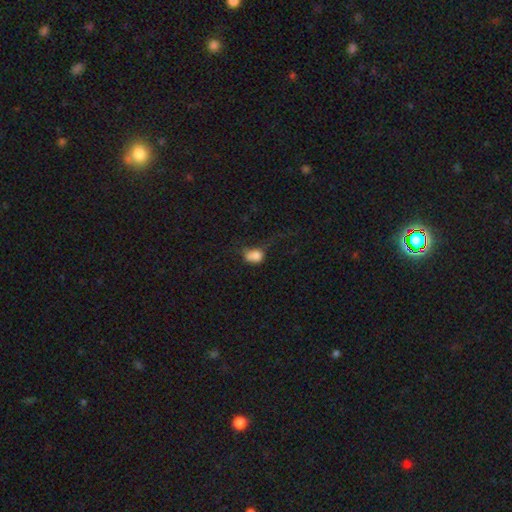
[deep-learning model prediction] The model was most divided on "merging": major disturbance: 40%, none: 25%, minor disturbance: 25%, merger: 11%. More confident: smooth or featured — smooth (77%); how rounded — in between (60%).